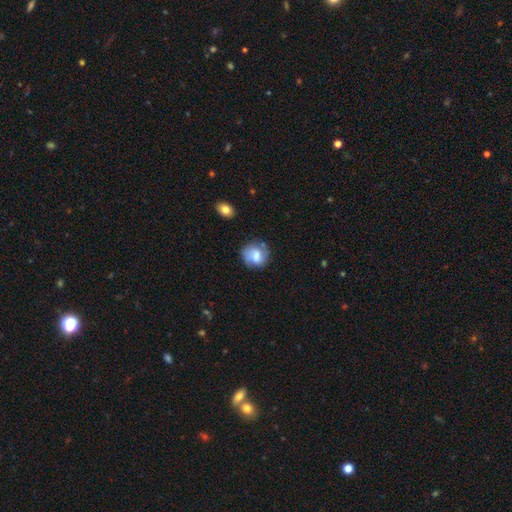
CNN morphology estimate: smooth_or_featured: smooth (p=0.56) [alt: featured or disk p=0.36]
how_rounded: round (p=0.77) [alt: in between p=0.22]
merging: none (p=0.68) [alt: minor disturbance p=0.22]